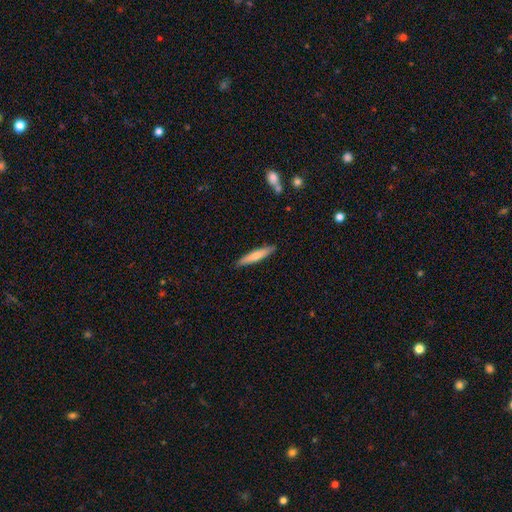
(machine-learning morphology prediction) A smooth galaxy with no disk features (70%) that is cigar-shaped (91%).

Vote fractions:
- Smooth or featured? smooth: 70% / featured or disk: 24% / star or artifact: 5%
- How rounded? cigar-shaped: 91% / in between: 8% / round: 1%
- Merging? none: 90% / minor disturbance: 8% / major disturbance: 1% / merger: 1%